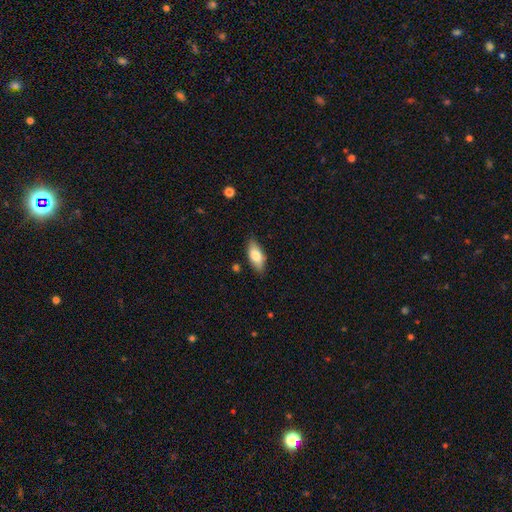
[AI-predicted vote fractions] Smooth or featured?
  - smooth: 77% *
  - featured or disk: 16%
  - star or artifact: 6%
How rounded?
  - in between: 84% *
  - cigar-shaped: 13%
  - round: 3%
Merging?
  - none: 83% *
  - minor disturbance: 13%
  - major disturbance: 3%
  - merger: 2%